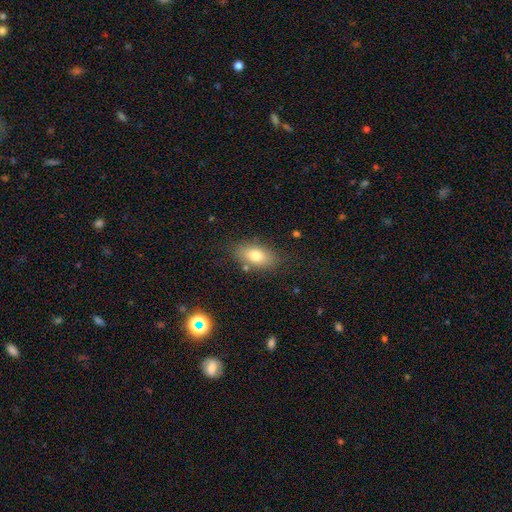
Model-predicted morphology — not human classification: Q: Smooth or featured?
A: smooth (77%); runner-up: featured or disk (14%)
Q: How rounded?
A: in between (88%); runner-up: round (8%)
Q: Merging?
A: none (80%); runner-up: minor disturbance (13%)